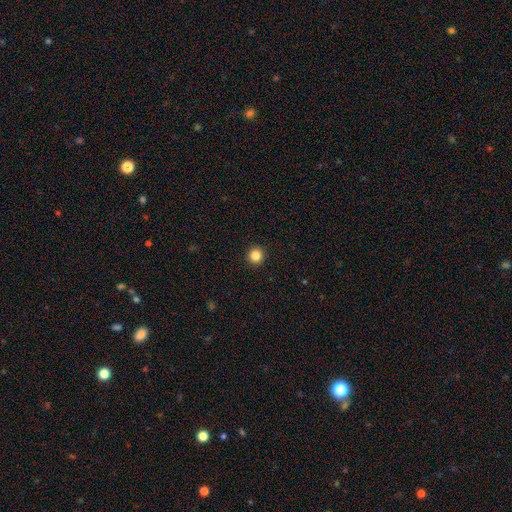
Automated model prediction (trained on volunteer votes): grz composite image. It shows a smooth galaxy with no disk features (85%) that is round (95%). Merging: none (94%).